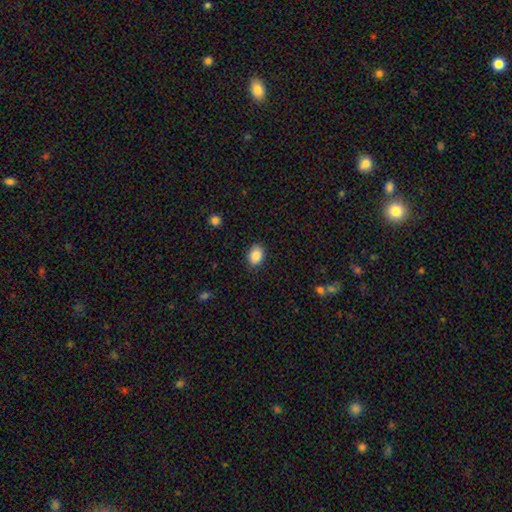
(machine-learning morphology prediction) Smooth or featured: smooth — 88% (star or artifact — 8%)
How rounded: in between — 74% (round — 25%)
Merging: none — 86% (minor disturbance — 11%)